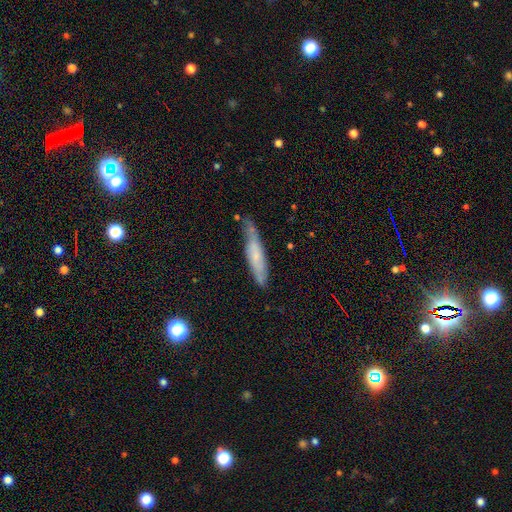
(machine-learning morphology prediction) This appears to be a smooth galaxy with no disk features (52%) that is cigar-shaped (86%). Merging: none (65%).